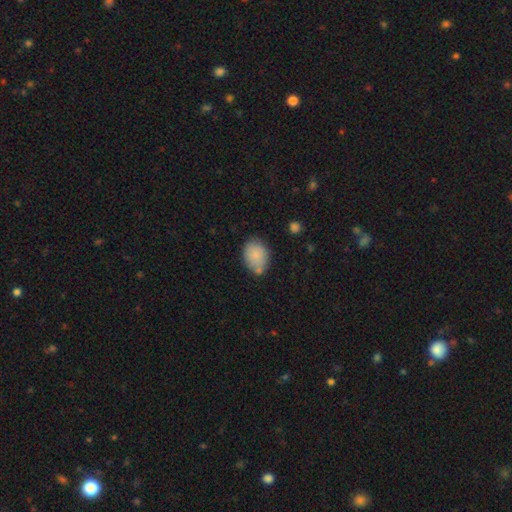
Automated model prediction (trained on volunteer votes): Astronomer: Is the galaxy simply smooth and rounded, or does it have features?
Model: smooth — 85%.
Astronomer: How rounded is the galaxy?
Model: in between — 68%.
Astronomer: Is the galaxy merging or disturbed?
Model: none — 64%.